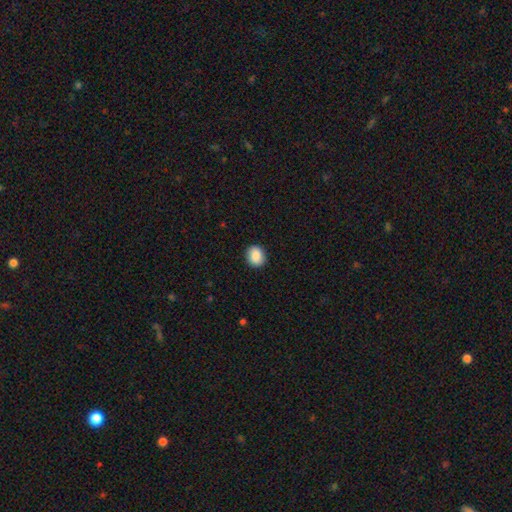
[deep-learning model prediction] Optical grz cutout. It shows a smooth galaxy with no disk features (87%) that is round (70%). Merging: none (89%).